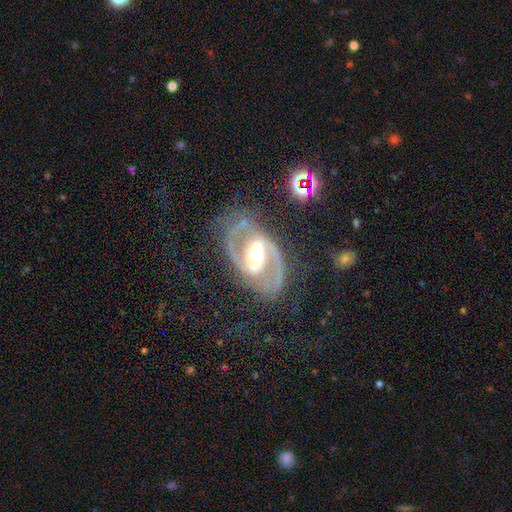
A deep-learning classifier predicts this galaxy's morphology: featured or disk 91%, star or artifact 5%, smooth 5%. Down the decision tree: edge-on disk — no (97%); bar — strong (56%); spiral arms — yes (96%); spiral arm count — 2 (93%); spiral winding — medium (59%); bulge size — moderate (69%); merging — none (75%).